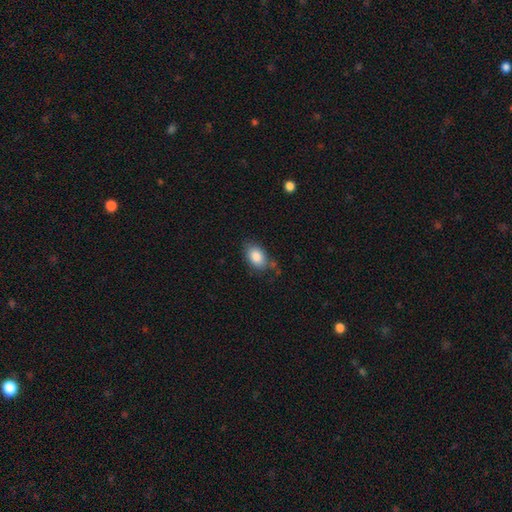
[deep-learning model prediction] The model was most divided on "merging": none: 72%, minor disturbance: 20%, major disturbance: 5%, merger: 4%. More confident: how rounded — in between (86%); smooth or featured — smooth (86%).